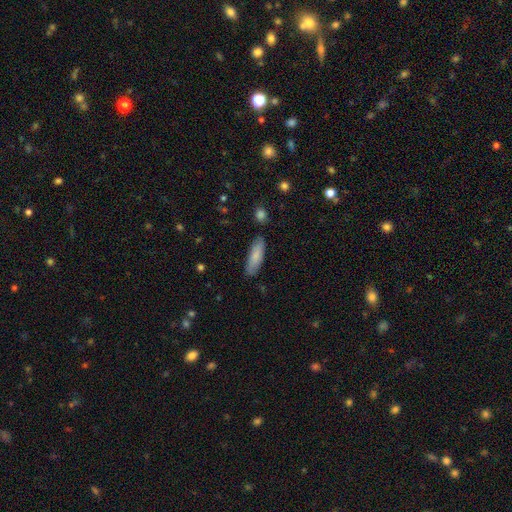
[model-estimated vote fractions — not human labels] A smooth galaxy with no disk features (79%) that is in between round and cigar-shaped (53%). Merging: none (83%).